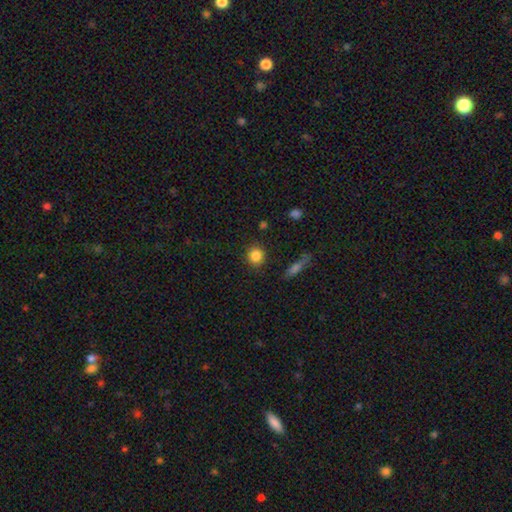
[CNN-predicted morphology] Smooth or featured? smooth (85%)
How rounded? round (89%)
Merging? none (89%)